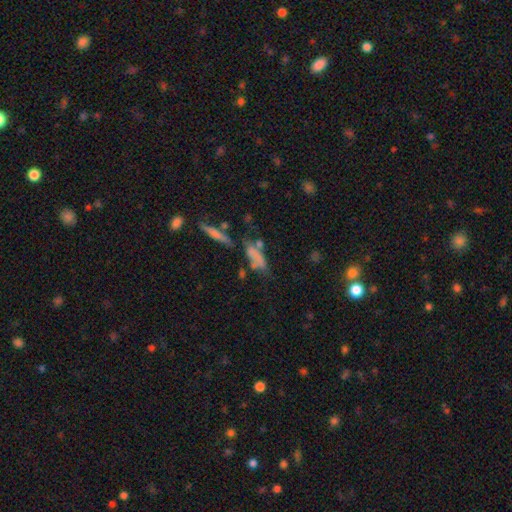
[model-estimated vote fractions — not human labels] A smooth galaxy with no disk features (58%) that is in between round and cigar-shaped (56%). Merging: none (35%).